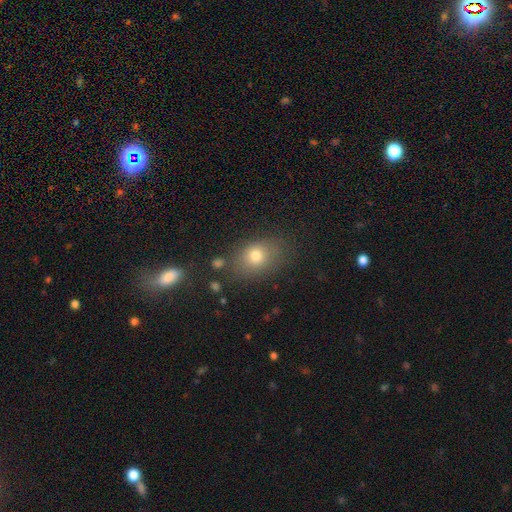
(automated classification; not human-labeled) This appears to be a smooth galaxy with no disk features (75%) that is in between round and cigar-shaped (68%). Merging: none (75%).